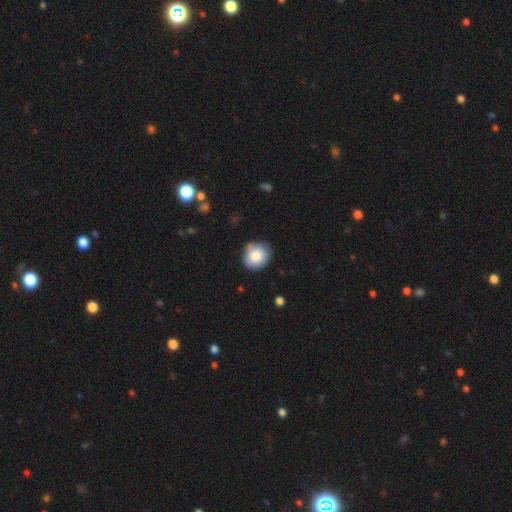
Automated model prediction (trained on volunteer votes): smooth-or-featured: smooth: 86% | star or artifact: 7% | featured or disk: 6%
  how-rounded: round: 79% | in between: 20% | cigar-shaped: 1%
  merging: none: 79% | minor disturbance: 16% | major disturbance: 3% | merger: 2%